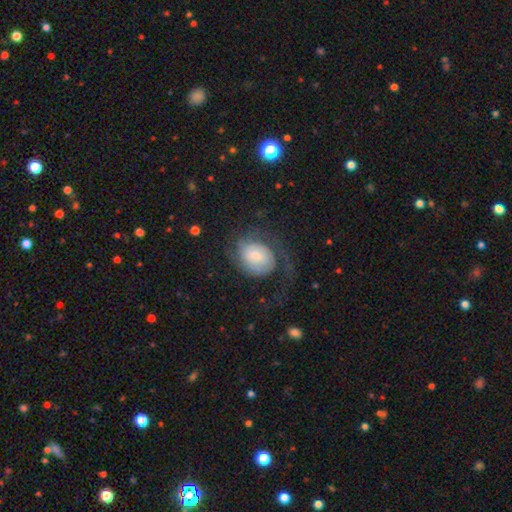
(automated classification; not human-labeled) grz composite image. It shows a featured or disk galaxy (65%) with no bar (53%), 2 (39%) medium (37%) spiral arms (88%) and a small central bulge (43%). Merging: none (46%).